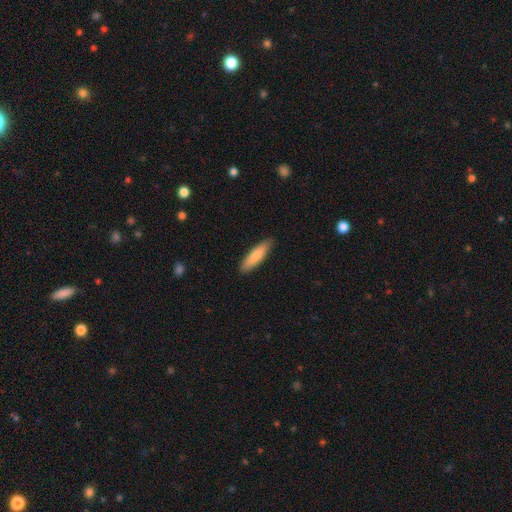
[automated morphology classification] Overall: smooth (85%). How rounded: cigar-shaped (68%; in between 31%). Merging: none (88%).